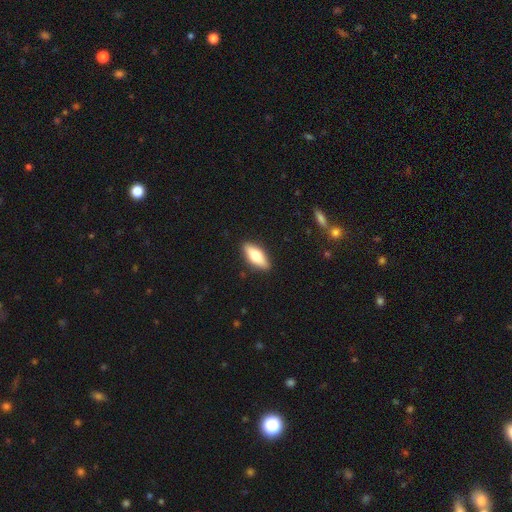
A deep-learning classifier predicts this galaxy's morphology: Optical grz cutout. It shows a smooth galaxy with no disk features (67%) that is in between round and cigar-shaped (74%). Merging: none (88%).